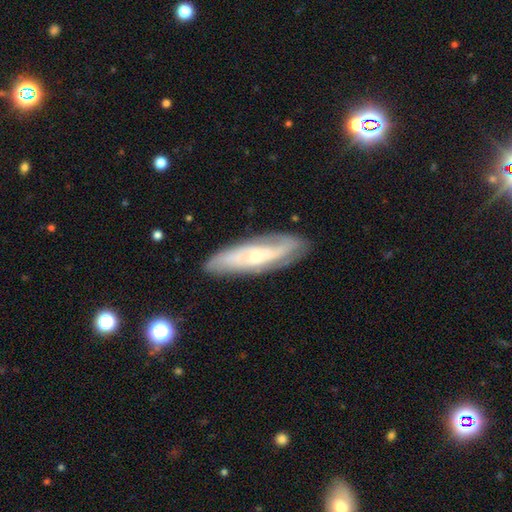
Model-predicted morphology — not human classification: smooth_or_featured: featured or disk (p=0.70) [alt: smooth p=0.23]
disk_edge_on: no (p=0.76) [alt: yes p=0.24]
bar: no (p=0.65) [alt: weak p=0.26]
has_spiral_arms: yes (p=0.85) [alt: no p=0.15]
bulge_size: small (p=0.53) [alt: moderate p=0.42]
merging: none (p=0.80) [alt: minor disturbance p=0.15]